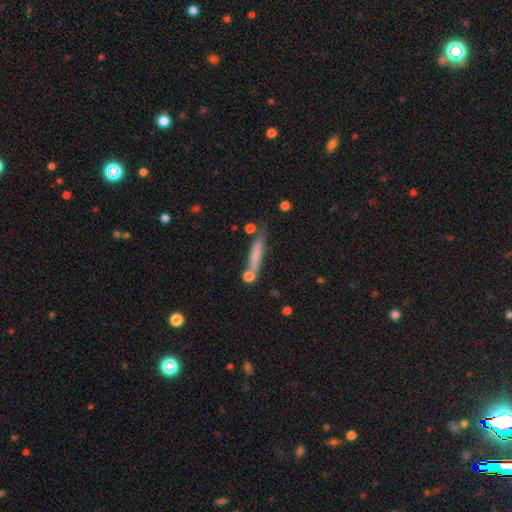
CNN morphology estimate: Smooth or featured: smooth — 70% (featured or disk — 22%)
How rounded: cigar-shaped — 89% (in between — 9%)
Merging: none — 67% (minor disturbance — 17%)